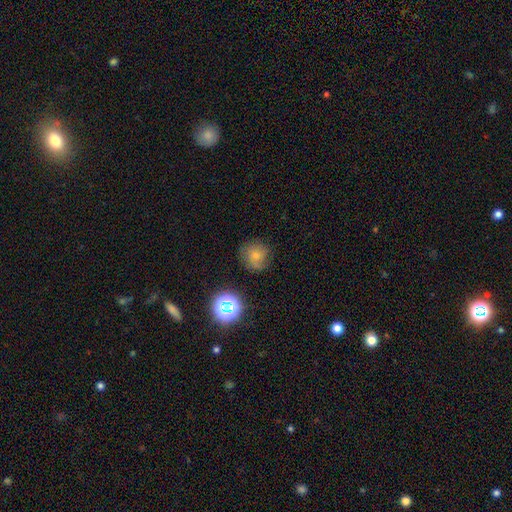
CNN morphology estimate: Smooth or featured?
  - smooth: 68% *
  - star or artifact: 17%
  - featured or disk: 15%
How rounded?
  - round: 90% *
  - in between: 9%
  - cigar-shaped: 1%
Merging?
  - none: 75% *
  - minor disturbance: 18%
  - major disturbance: 5%
  - merger: 2%